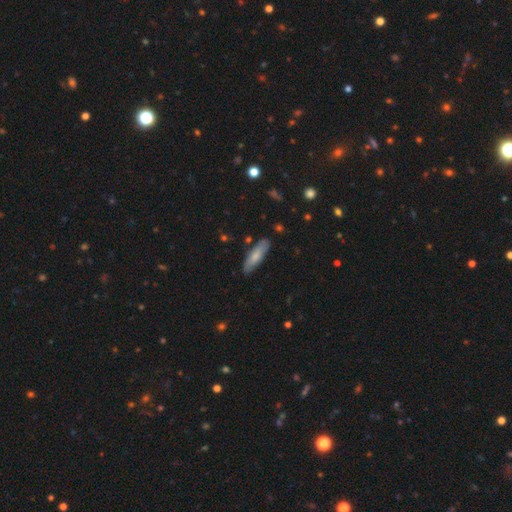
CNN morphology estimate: smooth-or-featured: smooth: 72% | featured or disk: 23% | star or artifact: 5%
  how-rounded: cigar-shaped: 55% | in between: 43% | round: 2%
  merging: none: 85% | minor disturbance: 12% | major disturbance: 2% | merger: 2%